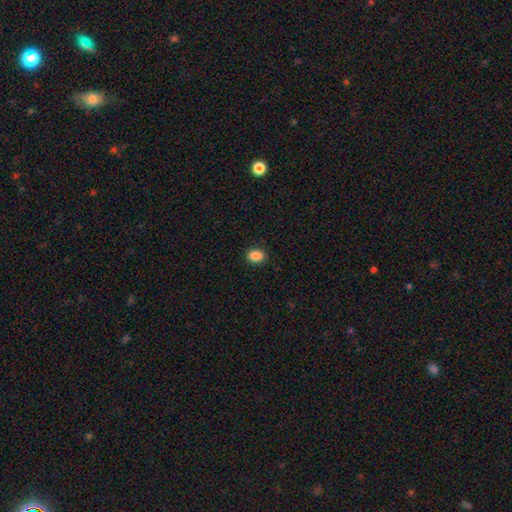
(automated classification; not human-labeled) smooth-or-featured: smooth: 88% | star or artifact: 9% | featured or disk: 3%
  how-rounded: in between: 56% | round: 43% | cigar-shaped: 1%
  merging: none: 90% | minor disturbance: 7% | major disturbance: 2% | merger: 1%